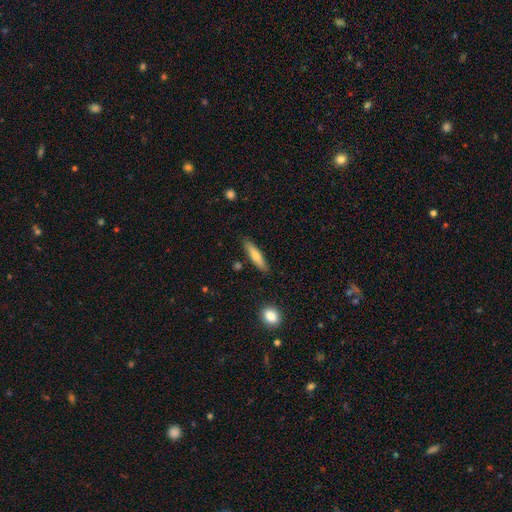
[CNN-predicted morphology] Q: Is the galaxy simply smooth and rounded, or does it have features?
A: smooth — 62%.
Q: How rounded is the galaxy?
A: cigar-shaped — 77%.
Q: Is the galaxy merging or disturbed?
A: none — 86%.